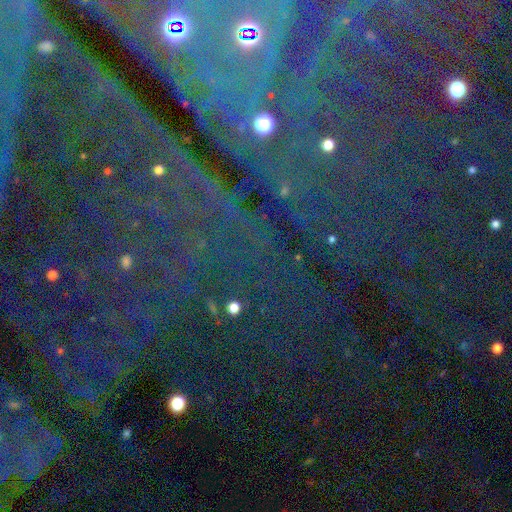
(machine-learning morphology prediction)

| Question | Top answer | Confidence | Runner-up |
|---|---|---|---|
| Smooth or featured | star or artifact | 81% | featured or disk (10%) |